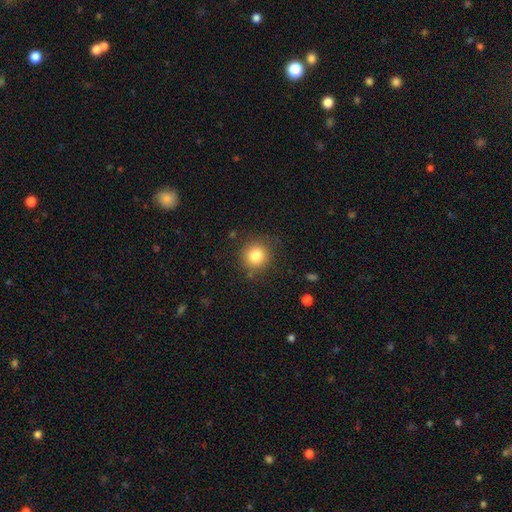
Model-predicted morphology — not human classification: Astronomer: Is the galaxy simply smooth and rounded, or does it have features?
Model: smooth — 81%.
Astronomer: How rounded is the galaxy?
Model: round — 92%.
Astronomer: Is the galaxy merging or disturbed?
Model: none — 84%.